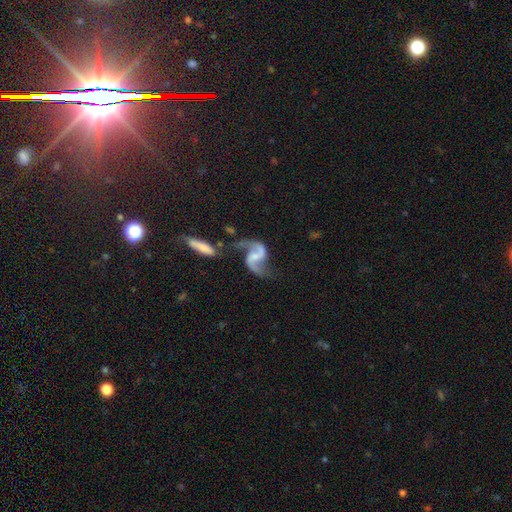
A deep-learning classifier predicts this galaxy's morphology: A featured or disk galaxy (90%) with a weak bar (45%), 2 (93%) loose (71%) spiral arms (97%) and a small central bulge (43%). Merging: none (58%).